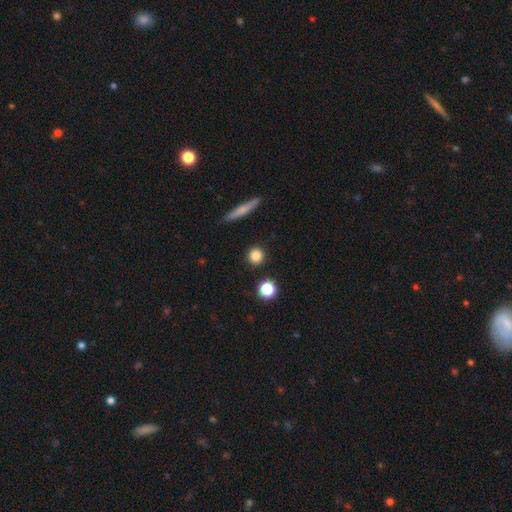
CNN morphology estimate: A smooth galaxy with no disk features (84%) that is round (92%).

Vote fractions:
- Smooth or featured? smooth: 84% / star or artifact: 10% / featured or disk: 6%
- How rounded? round: 92% / in between: 6% / cigar-shaped: 2%
- Merging? none: 91% / minor disturbance: 5% / merger: 2% / major disturbance: 2%